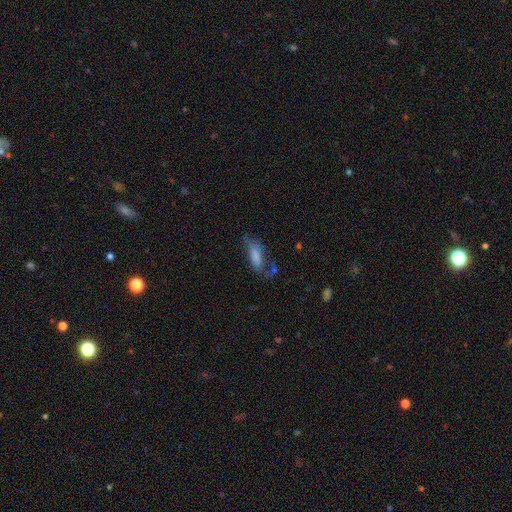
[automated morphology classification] Overall: smooth (71%). How rounded: in between (63%; cigar-shaped 34%). Merging: none (40%; minor disturbance 29%).